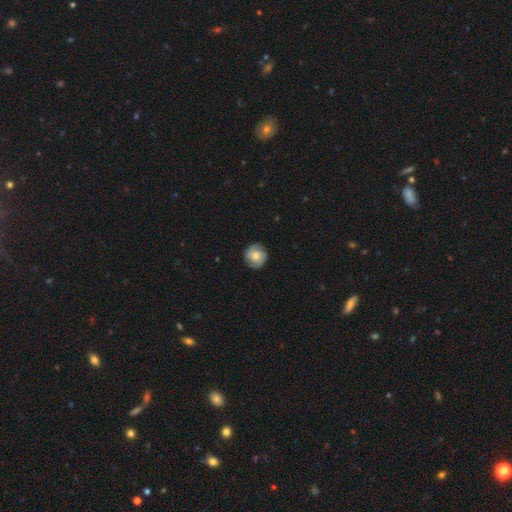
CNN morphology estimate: This is possibly a smooth galaxy (58%). How rounded: clearly round (89%). Merging: clearly none (85%).